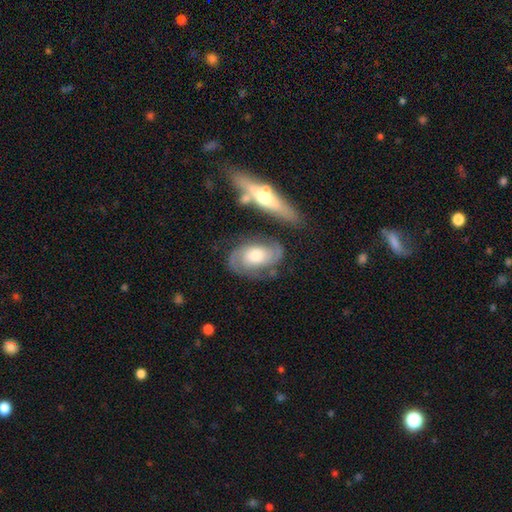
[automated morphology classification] Smooth or featured? featured or disk (81%)
Edge-on disk? no (93%)
Bar? no (71%)
Spiral arms? yes (94%)
Spiral winding? tight (45%)
Spiral arm count? 2 (86%)
Bulge size? moderate (62%)
Merging? none (68%)